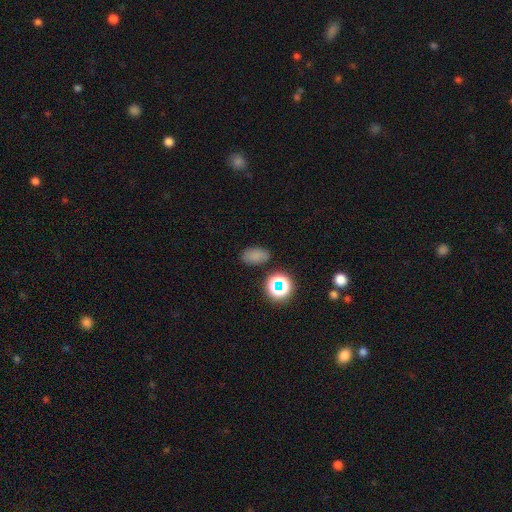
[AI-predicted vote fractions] A smooth galaxy with no disk features (74%) that is in between round and cigar-shaped (86%). Merging: none (81%).